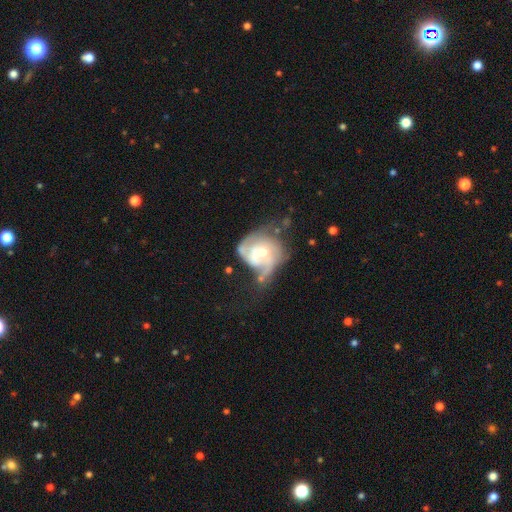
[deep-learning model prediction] Smooth or featured: featured or disk — 71% (smooth — 22%)
Edge-on disk: no — 97% (yes — 3%)
Bar: no — 74% (weak — 21%)
Spiral arms: yes — 72% (no — 28%)
Bulge size: moderate — 65% (small — 24%)
Merging: merger — 50% (major disturbance — 19%)